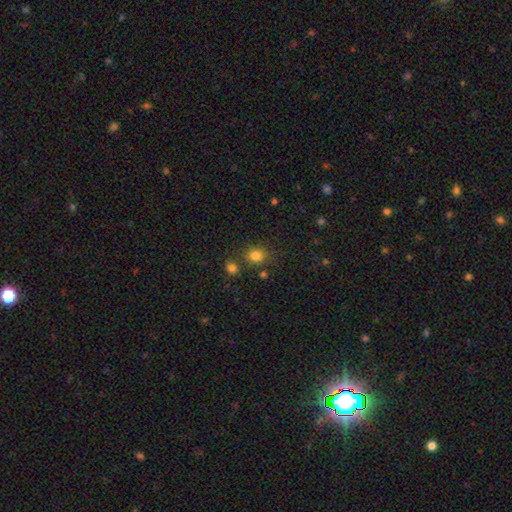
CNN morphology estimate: Smooth or featured: smooth — 80% (star or artifact — 14%)
How rounded: round — 68% (in between — 31%)
Merging: none — 73% (merger — 12%)